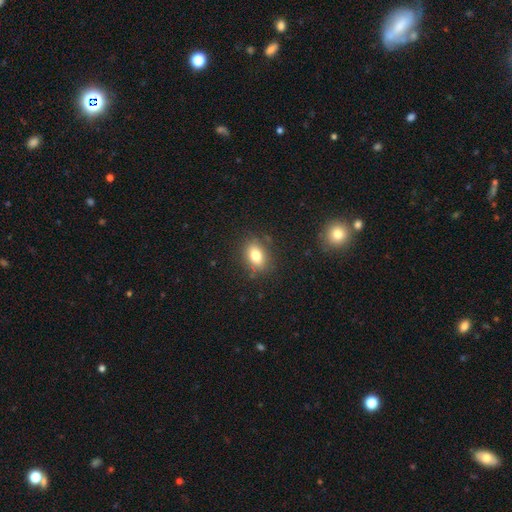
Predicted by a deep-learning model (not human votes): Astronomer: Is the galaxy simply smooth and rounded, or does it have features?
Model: smooth — 80%.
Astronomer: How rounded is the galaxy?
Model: in between — 76%.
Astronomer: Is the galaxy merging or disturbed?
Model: none — 82%.